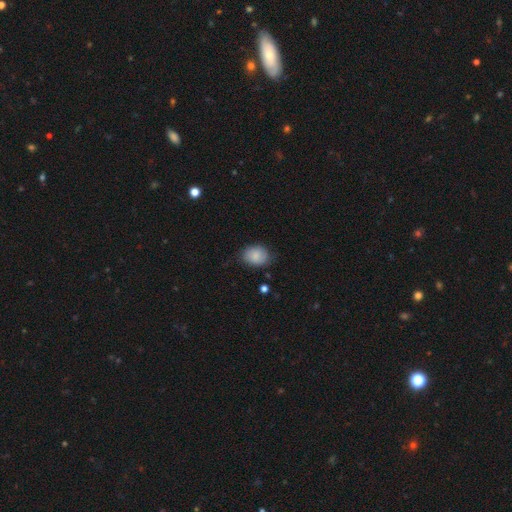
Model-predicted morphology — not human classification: smooth_or_featured: smooth (p=0.87) [alt: star or artifact p=0.08]
how_rounded: in between (p=0.62) [alt: round p=0.37]
merging: none (p=0.77) [alt: minor disturbance p=0.18]